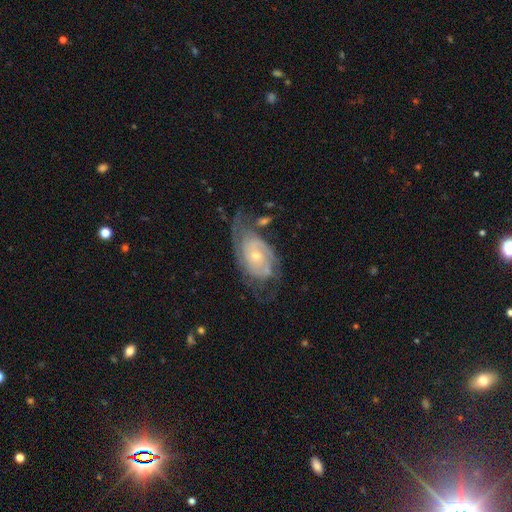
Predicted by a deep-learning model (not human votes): smooth_or_featured: featured or disk (p=0.83) [alt: smooth p=0.10]
disk_edge_on: no (p=0.96) [alt: yes p=0.04]
bar: no (p=0.75) [alt: weak p=0.20]
has_spiral_arms: yes (p=0.92) [alt: no p=0.08]
spiral_winding: tight (p=0.63) [alt: medium p=0.28]
spiral_arm_count: 2 (p=0.36) [tied with: can't tell p=0.36]
bulge_size: small (p=0.57) [alt: moderate p=0.39]
merging: none (p=0.53) [alt: minor disturbance p=0.24]